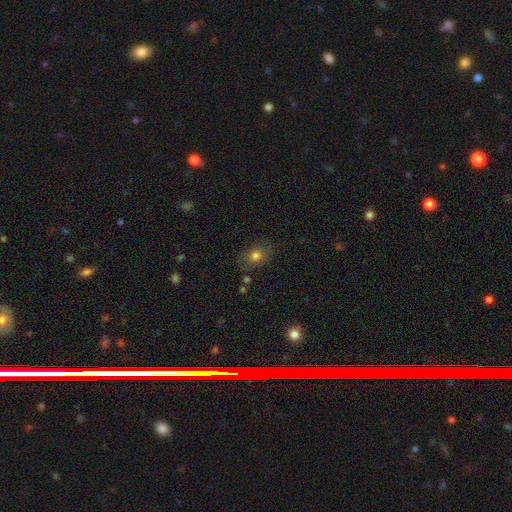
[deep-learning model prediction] Morphology: type=smooth (73%); roundness=in between (58%); merging=none (77%).